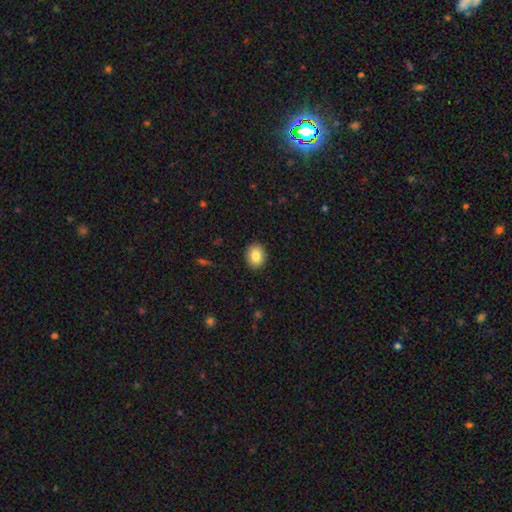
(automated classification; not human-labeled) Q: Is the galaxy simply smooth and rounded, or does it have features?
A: smooth — 84%.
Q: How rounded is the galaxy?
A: round — 50%.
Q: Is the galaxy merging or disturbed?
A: none — 91%.